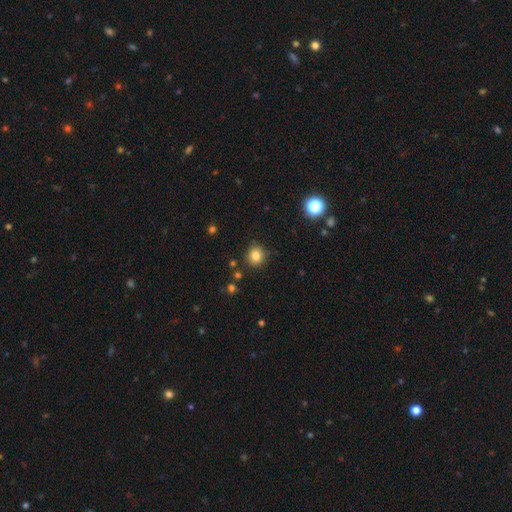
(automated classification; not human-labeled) Smooth or featured? smooth (82%)
How rounded? round (86%)
Merging? none (87%)